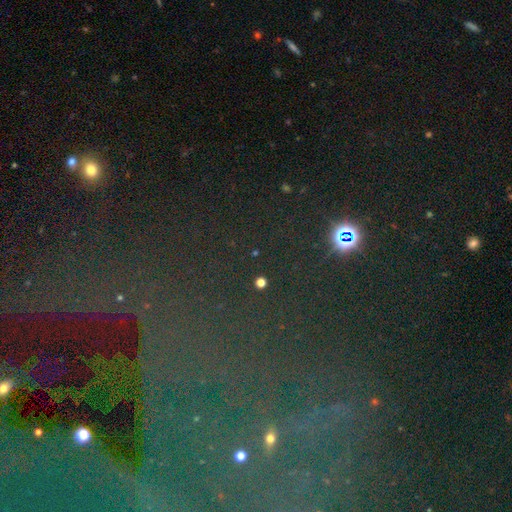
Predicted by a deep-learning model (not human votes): A star or artifact, not a galaxy (60%).